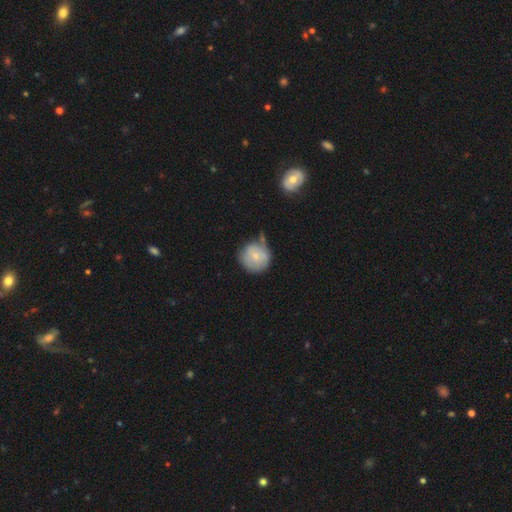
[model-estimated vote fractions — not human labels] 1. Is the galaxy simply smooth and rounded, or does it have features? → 74% smooth, 19% featured or disk, 7% star or artifact.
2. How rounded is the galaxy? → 91% round, 8% in between, 1% cigar-shaped.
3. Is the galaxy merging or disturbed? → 53% none, 28% minor disturbance, 11% merger, 8% major disturbance.